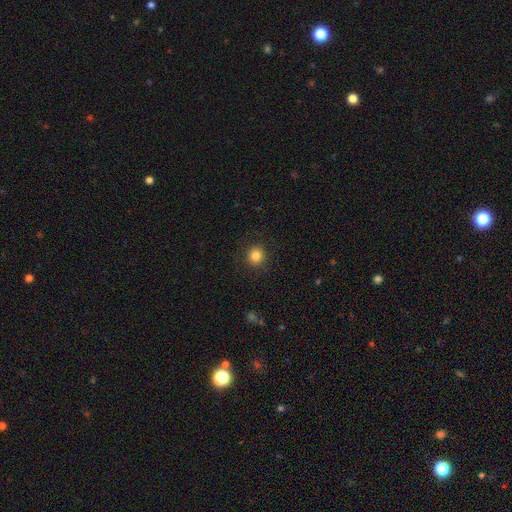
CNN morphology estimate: This appears to be a smooth galaxy with no disk features (84%) that is round (92%). Merging: none (91%).